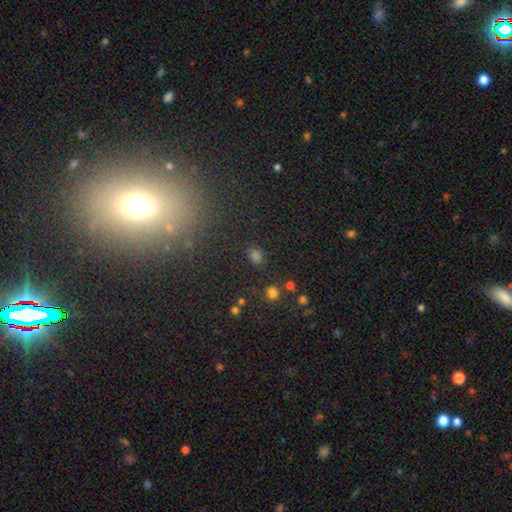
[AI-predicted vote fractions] A smooth galaxy with no disk features (70%) that is in between round and cigar-shaped (62%). Merging: none (84%).